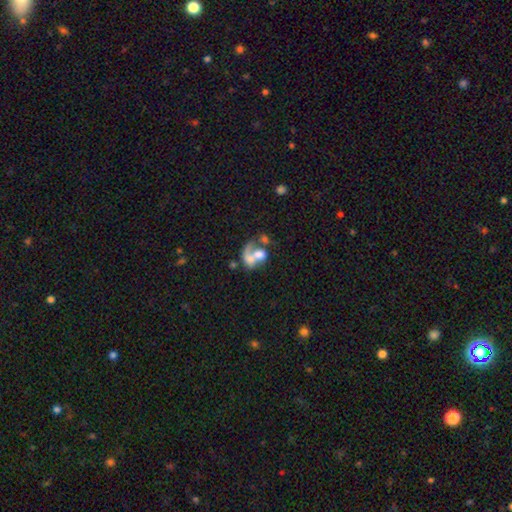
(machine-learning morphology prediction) smooth-or-featured: featured or disk: 50% | smooth: 39% | star or artifact: 10%
  disk-edge-on: no: 98% | yes: 2%
  merging: merger: 52% | major disturbance: 25% | none: 15% | minor disturbance: 8%